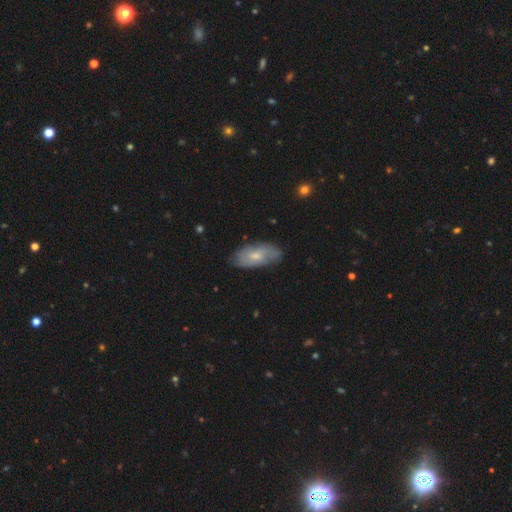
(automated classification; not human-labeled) Smooth or featured? smooth (50%)
Merging? none (74%)